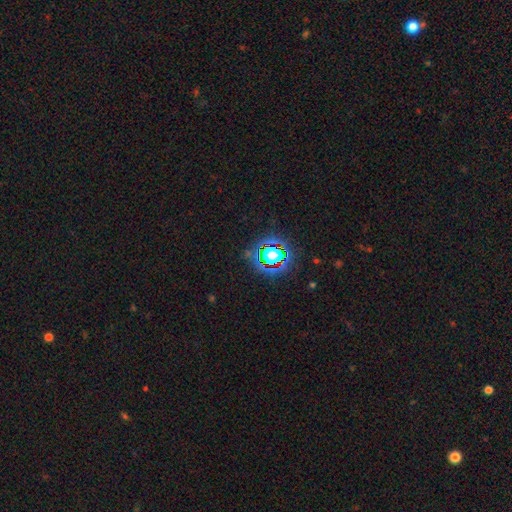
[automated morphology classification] smooth_or_featured: star or artifact (p=0.78) [alt: smooth p=0.13]